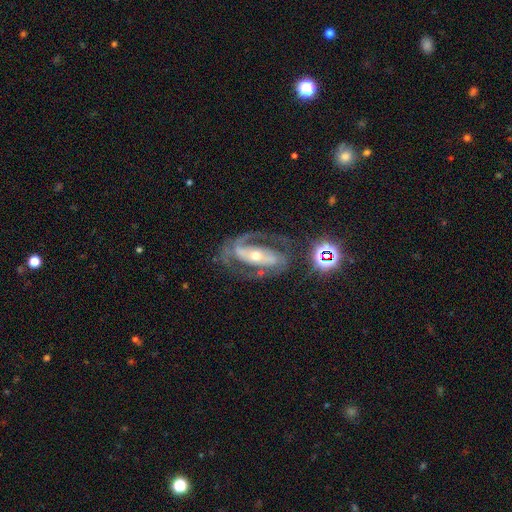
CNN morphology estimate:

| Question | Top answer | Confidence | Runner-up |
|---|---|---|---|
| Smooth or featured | featured or disk | 86% | smooth (7%) |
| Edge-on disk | no | 94% | yes (6%) |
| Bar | strong | 51% | no (26%) |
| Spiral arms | yes | 90% | no (10%) |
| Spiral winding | medium | 49% | tight (32%) |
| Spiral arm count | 2 | 84% | can't tell (6%) |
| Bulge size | small | 49% | moderate (45%) |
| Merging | none | 66% | major disturbance (16%) |